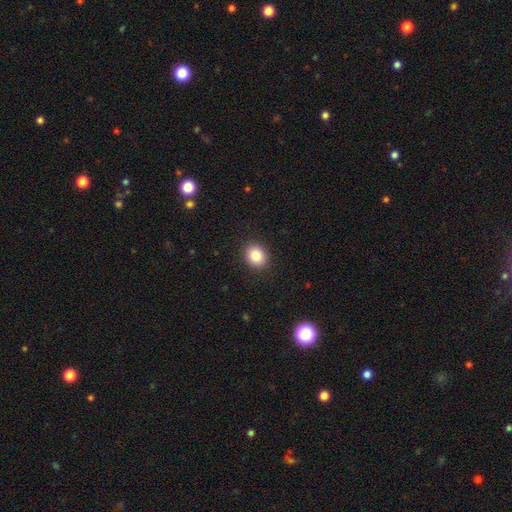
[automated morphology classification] smooth 86%, star or artifact 9%, featured or disk 5%. Down the decision tree: how rounded — round (68%); merging — none (90%).